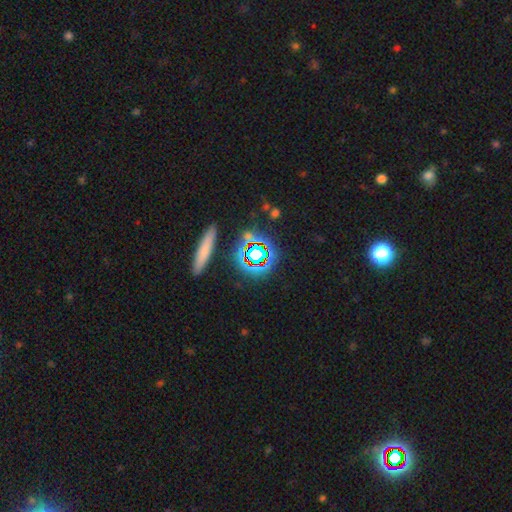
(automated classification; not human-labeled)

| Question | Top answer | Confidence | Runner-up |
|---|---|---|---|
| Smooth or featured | star or artifact | 58% | smooth (25%) |